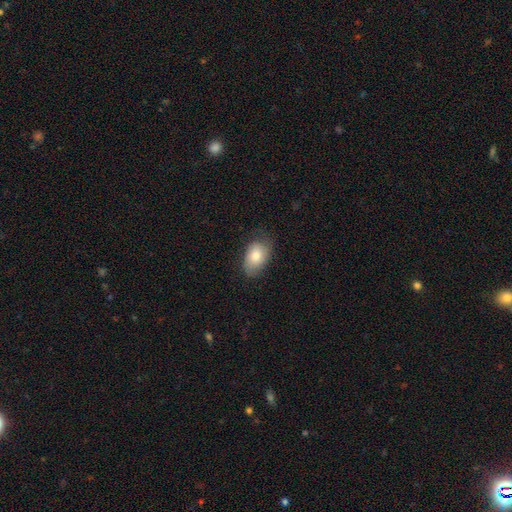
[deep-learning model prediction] smooth_or_featured: smooth (p=0.75) [alt: featured or disk p=0.18]
how_rounded: in between (p=0.89) [alt: round p=0.10]
merging: none (p=0.70) [alt: minor disturbance p=0.23]